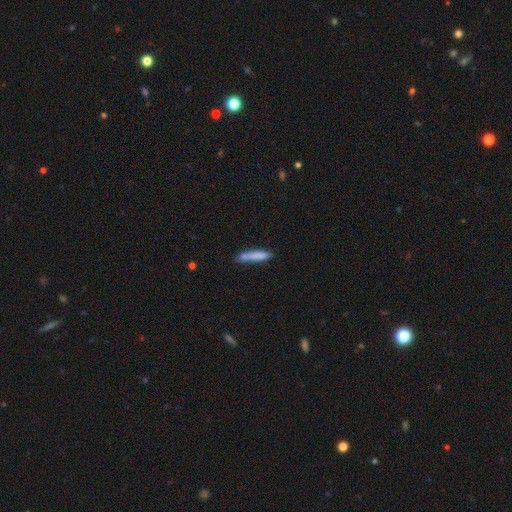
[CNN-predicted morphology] Smooth or featured: smooth — 80% (featured or disk — 13%)
How rounded: cigar-shaped — 89% (in between — 10%)
Merging: none — 67% (minor disturbance — 20%)